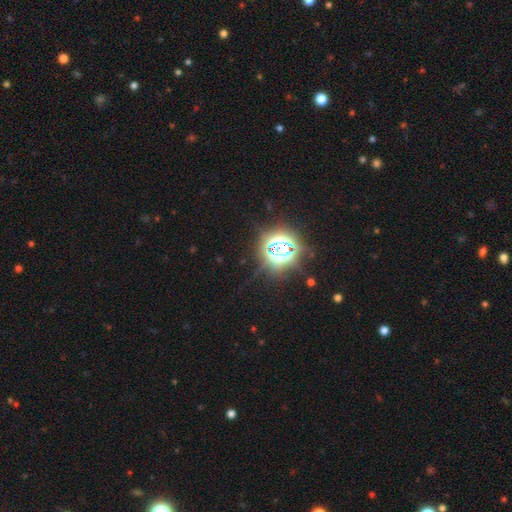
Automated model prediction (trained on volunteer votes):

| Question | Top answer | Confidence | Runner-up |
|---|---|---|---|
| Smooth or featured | star or artifact | 82% | smooth (13%) |